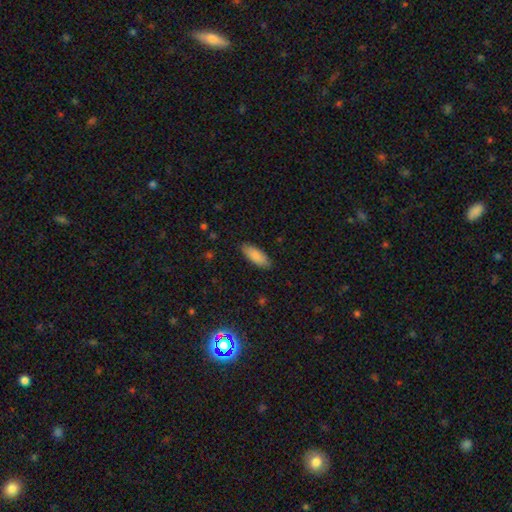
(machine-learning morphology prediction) Q: Smooth or featured?
A: smooth (87%); runner-up: featured or disk (7%)
Q: How rounded?
A: in between (76%); runner-up: cigar-shaped (22%)
Q: Merging?
A: none (86%); runner-up: minor disturbance (11%)